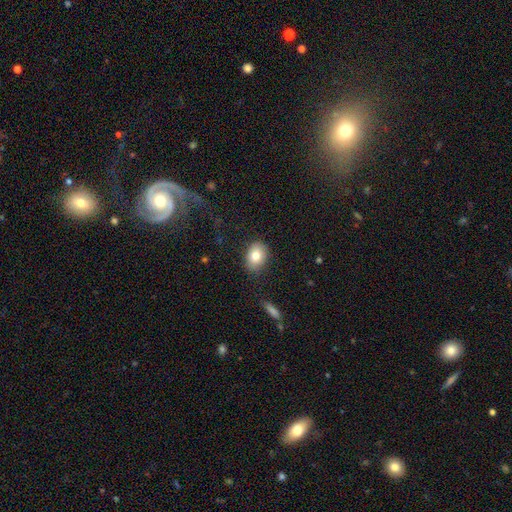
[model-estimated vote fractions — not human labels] A smooth galaxy with no disk features (79%) that is in between round and cigar-shaped (68%).

Vote fractions:
- Smooth or featured? smooth: 79% / featured or disk: 12% / star or artifact: 8%
- How rounded? in between: 68% / round: 31% / cigar-shaped: 1%
- Merging? none: 81% / minor disturbance: 15% / major disturbance: 3% / merger: 2%